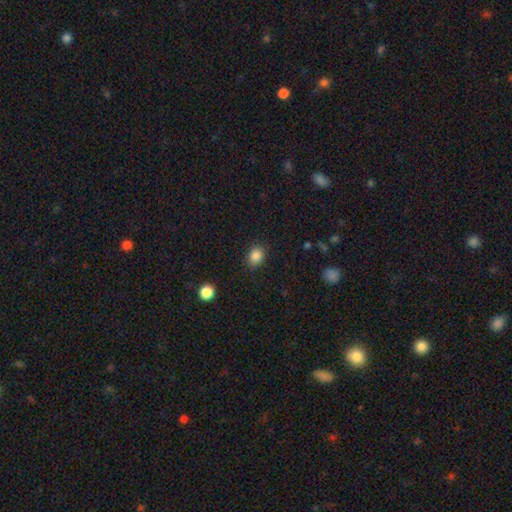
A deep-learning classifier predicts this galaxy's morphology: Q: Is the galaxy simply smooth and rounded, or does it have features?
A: smooth — 86%.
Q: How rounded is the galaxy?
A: in between — 53%.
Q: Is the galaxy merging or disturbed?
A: none — 87%.